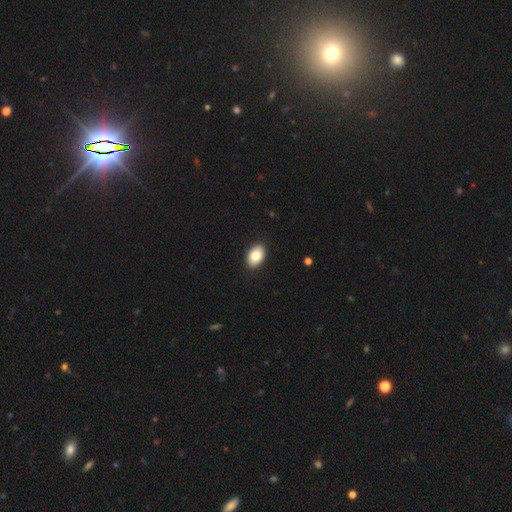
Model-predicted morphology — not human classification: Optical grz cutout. It shows a smooth galaxy with no disk features (84%) that is in between round and cigar-shaped (89%). Merging: none (90%).